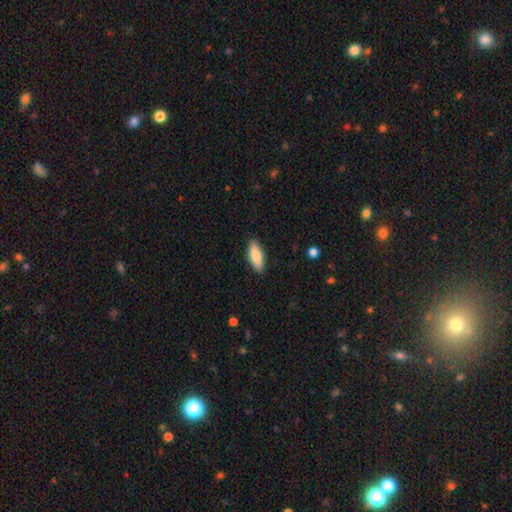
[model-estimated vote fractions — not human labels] Overall: smooth (82%). How rounded: in between (74%). Merging: none (88%).